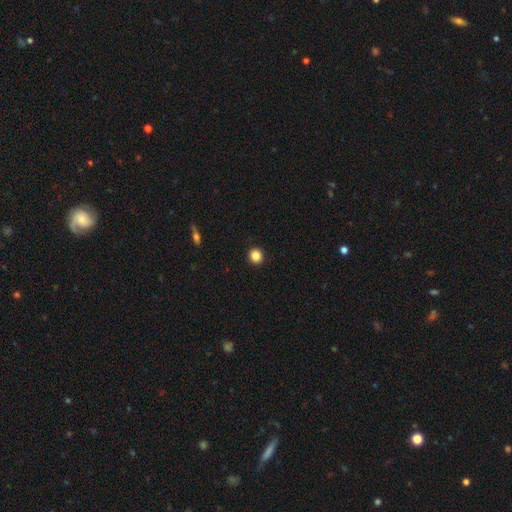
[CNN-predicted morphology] Smooth or featured?
  - smooth: 86% *
  - star or artifact: 10%
  - featured or disk: 4%
How rounded?
  - round: 91% *
  - in between: 8%
  - cigar-shaped: 1%
Merging?
  - none: 93% *
  - minor disturbance: 4%
  - major disturbance: 1%
  - merger: 1%